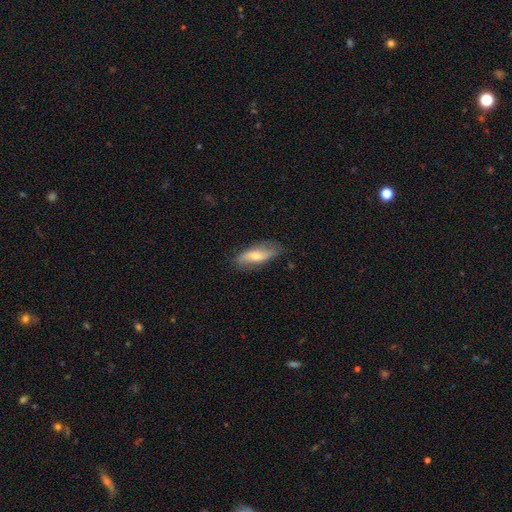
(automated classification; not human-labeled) Q: Smooth or featured?
A: smooth (47%); runner-up: featured or disk (46%)
Q: Merging?
A: none (75%); runner-up: minor disturbance (19%)